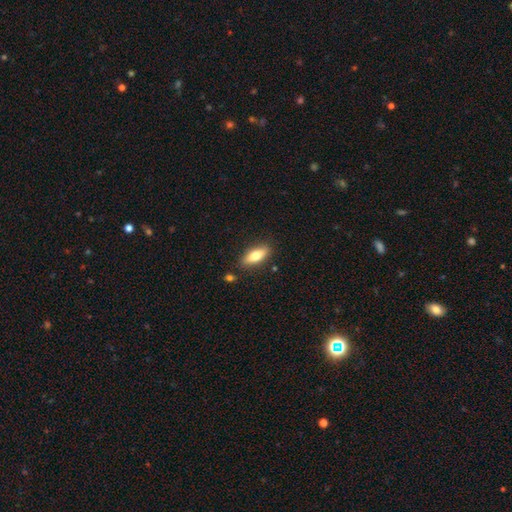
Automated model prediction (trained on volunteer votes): smooth-or-featured: smooth: 75% | featured or disk: 19% | star or artifact: 6%
  how-rounded: in between: 70% | cigar-shaped: 27% | round: 2%
  merging: none: 84% | minor disturbance: 11% | merger: 3% | major disturbance: 2%